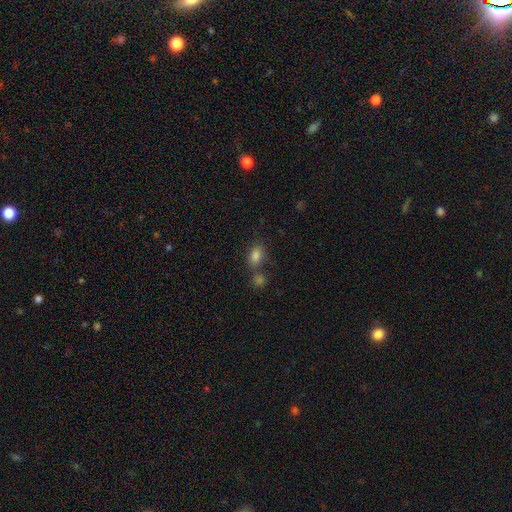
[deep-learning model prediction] The model was most divided on "merging": none: 58%, merger: 26%, minor disturbance: 12%, major disturbance: 4%. More confident: smooth or featured — smooth (82%); how rounded — in between (78%).